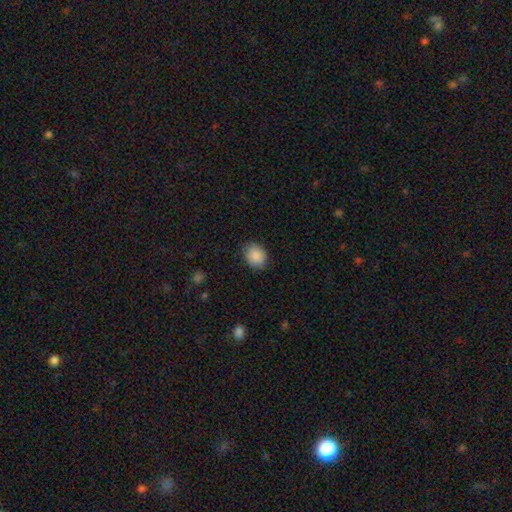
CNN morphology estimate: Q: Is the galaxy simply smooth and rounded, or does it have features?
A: smooth — 88%.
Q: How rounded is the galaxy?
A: round — 54%.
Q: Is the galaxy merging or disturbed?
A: none — 83%.